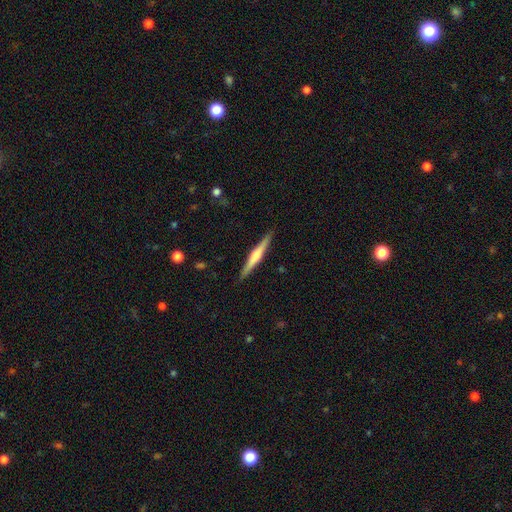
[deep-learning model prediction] Smooth or featured?
  - featured or disk: 59% *
  - smooth: 35%
  - star or artifact: 5%
Edge-on disk?
  - yes: 98% *
  - no: 2%
Edge-on bulge?
  - rounded: 64% *
  - boxy: 19%
  - none: 18%
Merging?
  - none: 91% *
  - minor disturbance: 7%
  - major disturbance: 1%
  - merger: 1%